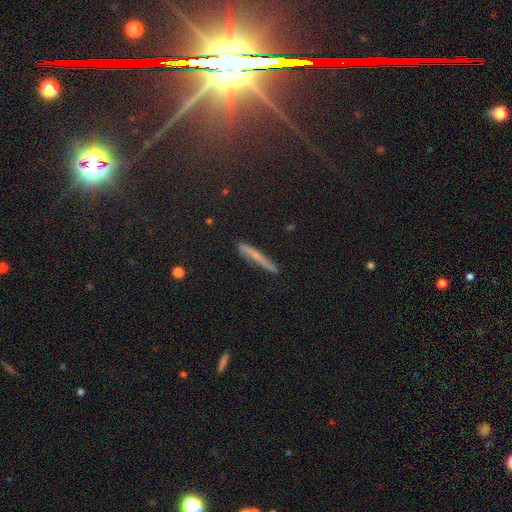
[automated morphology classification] Q: Smooth or featured?
A: smooth (46%); runner-up: featured or disk (38%)
Q: Merging?
A: none (78%); runner-up: minor disturbance (16%)